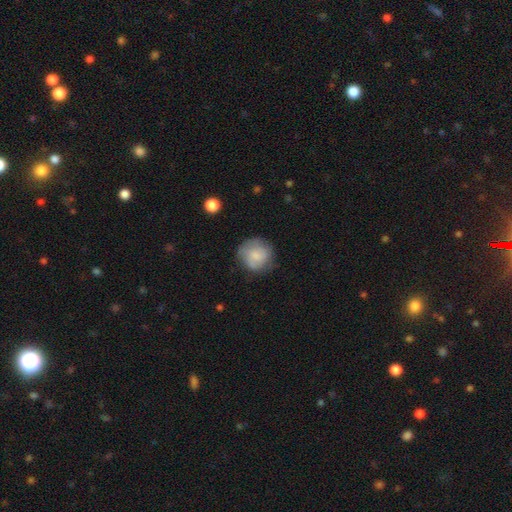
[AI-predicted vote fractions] smooth-or-featured: smooth: 67% | featured or disk: 25% | star or artifact: 7%
  how-rounded: round: 89% | in between: 10% | cigar-shaped: 1%
  merging: none: 71% | minor disturbance: 21% | major disturbance: 7% | merger: 1%